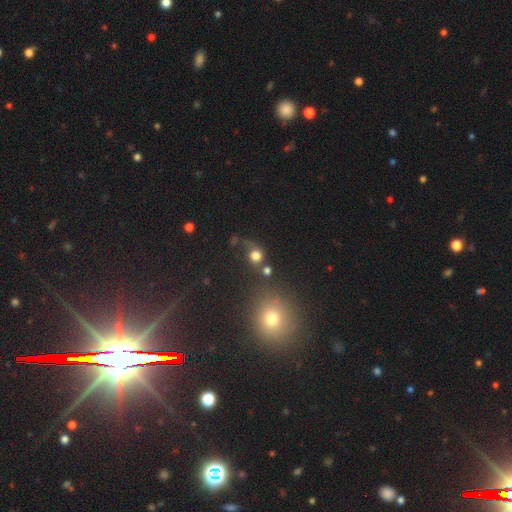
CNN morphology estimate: smooth-or-featured: smooth: 72% | star or artifact: 16% | featured or disk: 13%
  how-rounded: round: 80% | in between: 19% | cigar-shaped: 1%
  merging: none: 45% | major disturbance: 20% | minor disturbance: 18% | merger: 17%